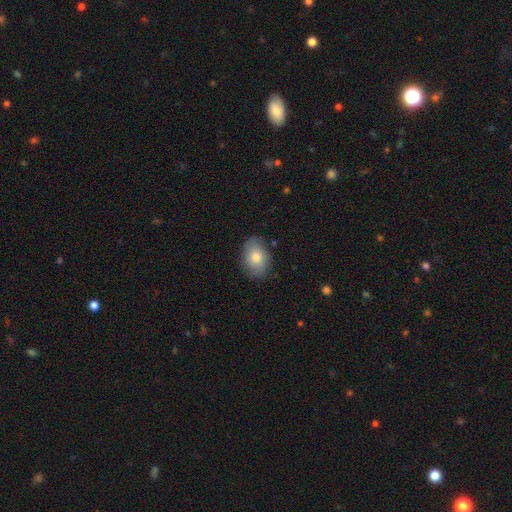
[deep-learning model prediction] Smooth or featured?
  - smooth: 77% *
  - featured or disk: 15%
  - star or artifact: 8%
How rounded?
  - in between: 79% *
  - round: 20%
  - cigar-shaped: 1%
Merging?
  - none: 82% *
  - minor disturbance: 14%
  - major disturbance: 3%
  - merger: 1%